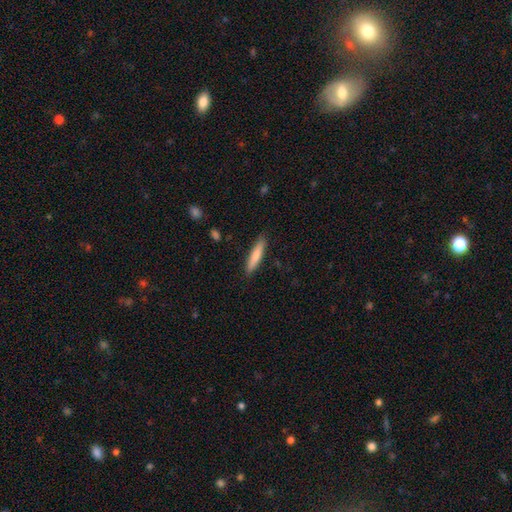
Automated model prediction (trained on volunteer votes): This appears to be a smooth galaxy with no disk features (76%) that is cigar-shaped (87%). Merging: none (88%).